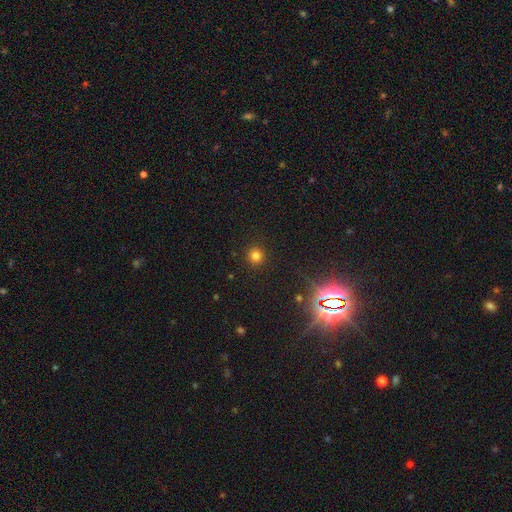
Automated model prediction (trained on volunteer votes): smooth-or-featured: smooth: 78% | star or artifact: 18% | featured or disk: 5%
  how-rounded: round: 94% | in between: 5% | cigar-shaped: 1%
  merging: none: 91% | minor disturbance: 5% | major disturbance: 2% | merger: 1%